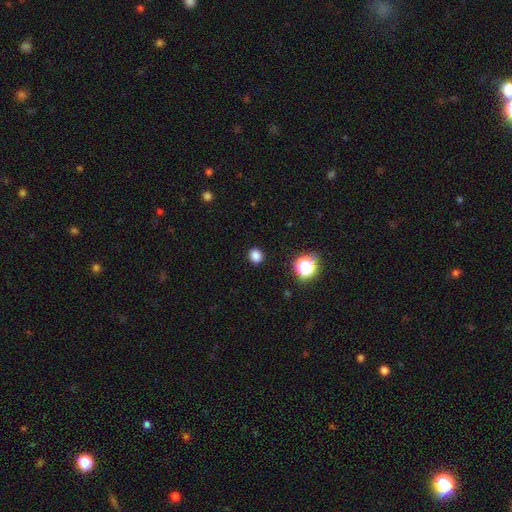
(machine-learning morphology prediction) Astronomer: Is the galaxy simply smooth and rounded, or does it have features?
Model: smooth — 82%.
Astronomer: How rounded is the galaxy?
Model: round — 75%.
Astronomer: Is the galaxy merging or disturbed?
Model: none — 89%.